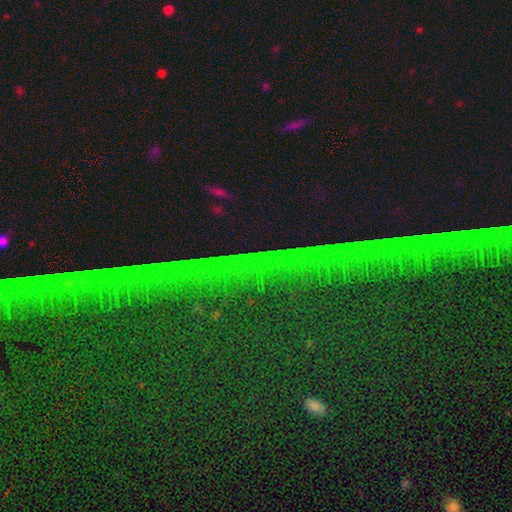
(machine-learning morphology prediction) Smooth or featured: star or artifact — 86% (featured or disk — 7%)